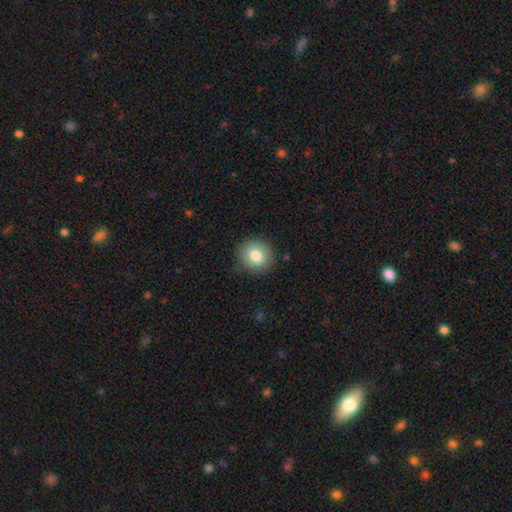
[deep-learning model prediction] smooth_or_featured: smooth (p=0.81) [alt: featured or disk p=0.10]
how_rounded: round (p=0.85) [alt: in between p=0.14]
merging: none (p=0.86) [alt: minor disturbance p=0.10]